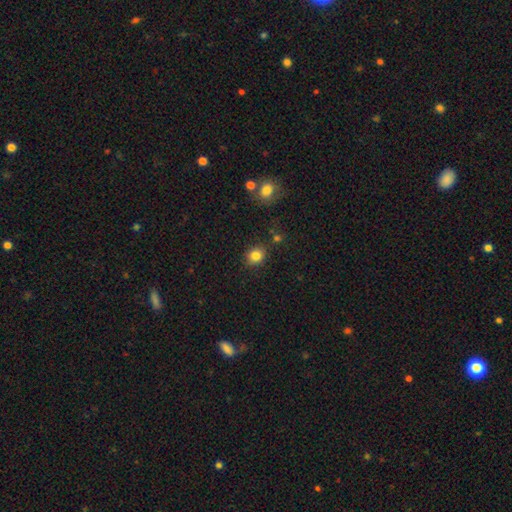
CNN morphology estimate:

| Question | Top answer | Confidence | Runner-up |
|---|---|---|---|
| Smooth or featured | smooth | 83% | star or artifact (11%) |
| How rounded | round | 70% | in between (29%) |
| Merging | none | 83% | minor disturbance (10%) |